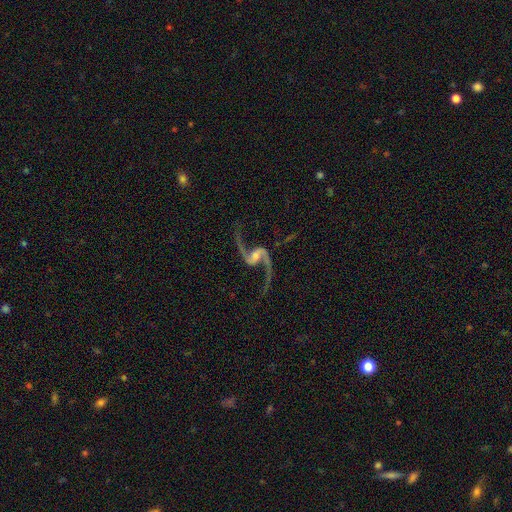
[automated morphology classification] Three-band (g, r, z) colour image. It shows a featured or disk galaxy (93%) with no bar (41%), 2 (95%) loose (88%) spiral arms (98%) and a moderate central bulge (37%). Merging: none (76%).